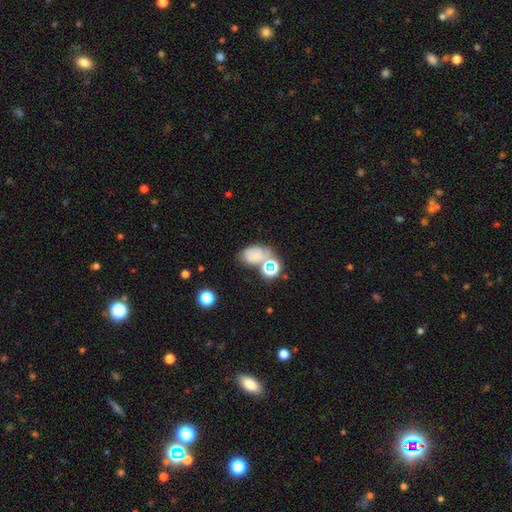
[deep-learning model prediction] This is likely a smooth galaxy (62%). How rounded: likely in between (78%). Merging: marginally none (42%).